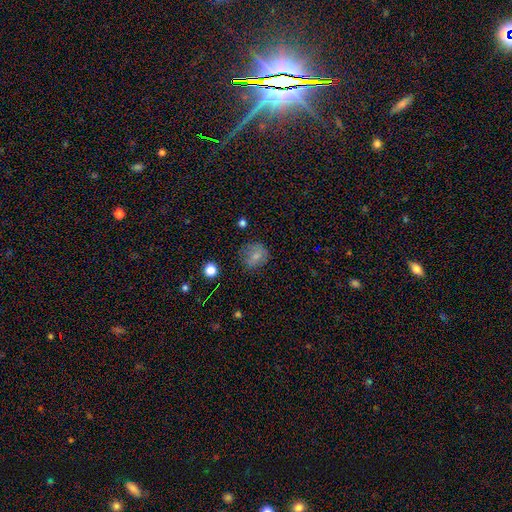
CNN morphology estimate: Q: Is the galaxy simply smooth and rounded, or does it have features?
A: smooth — 72%.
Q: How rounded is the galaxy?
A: round — 75%.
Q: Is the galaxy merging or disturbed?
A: none — 64%.